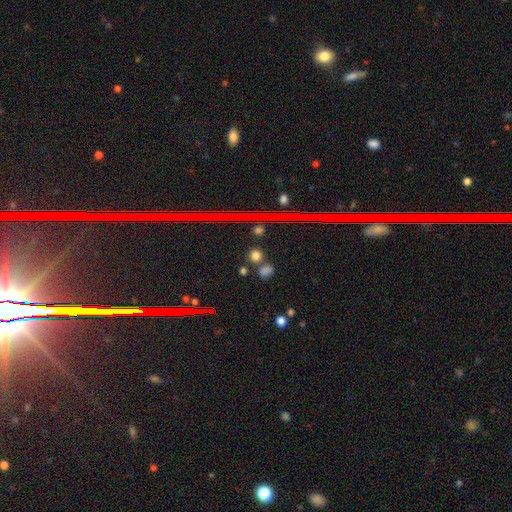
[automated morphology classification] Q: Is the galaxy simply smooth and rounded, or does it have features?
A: smooth — 73%.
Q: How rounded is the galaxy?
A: round — 82%.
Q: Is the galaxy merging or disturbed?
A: none — 78%.